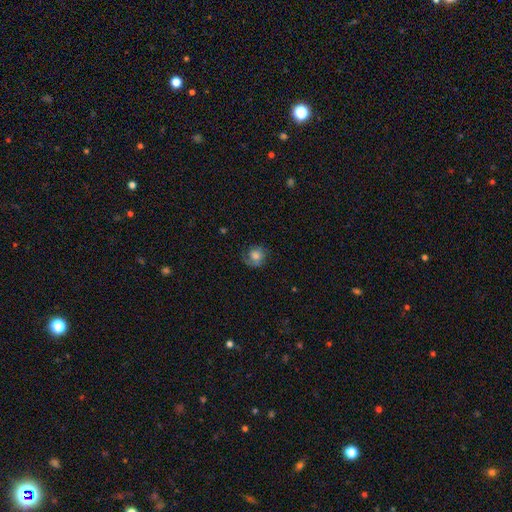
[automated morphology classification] type=smooth (55%); roundness=round (77%); merging=none (63%).